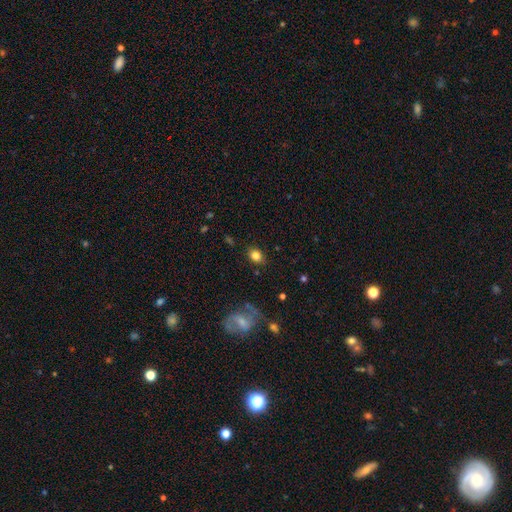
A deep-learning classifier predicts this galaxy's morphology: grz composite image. It shows a smooth galaxy with no disk features (81%) that is in between round and cigar-shaped (64%). Merging: none (84%).